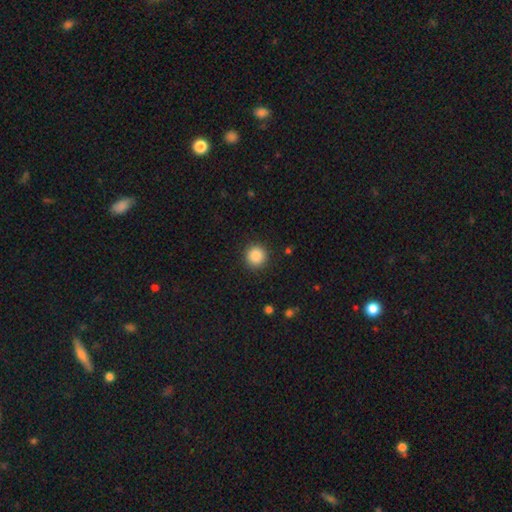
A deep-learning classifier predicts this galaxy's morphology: Smooth or featured: smooth — 87% (star or artifact — 9%)
How rounded: round — 94% (in between — 5%)
Merging: none — 91% (minor disturbance — 6%)